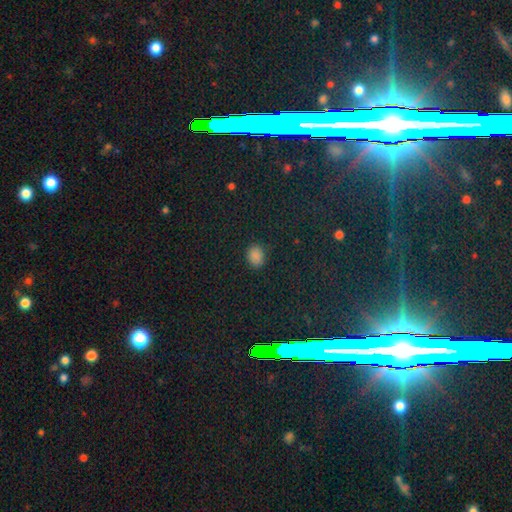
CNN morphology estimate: This appears to be a smooth galaxy with no disk features (84%) that is in between round and cigar-shaped (51%). Merging: none (86%).